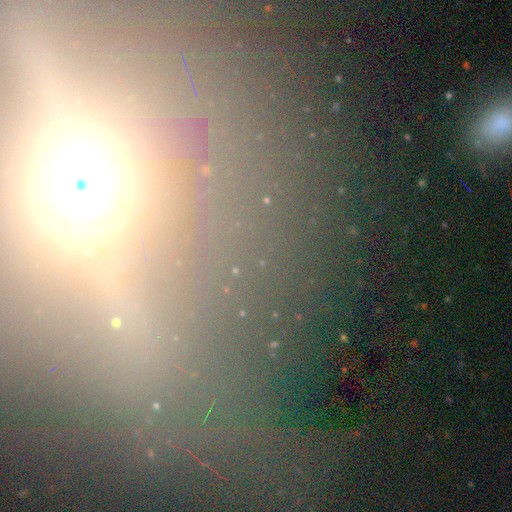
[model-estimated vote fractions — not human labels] A star or artifact, not a galaxy (51%).